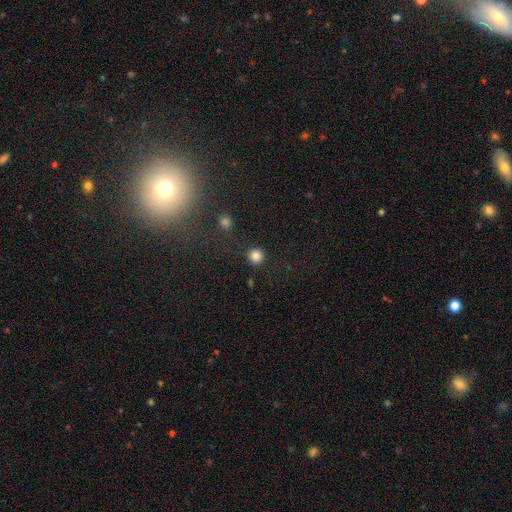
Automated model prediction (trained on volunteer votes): This appears to be a smooth galaxy with no disk features (85%) that is round (95%). Merging: none (90%).